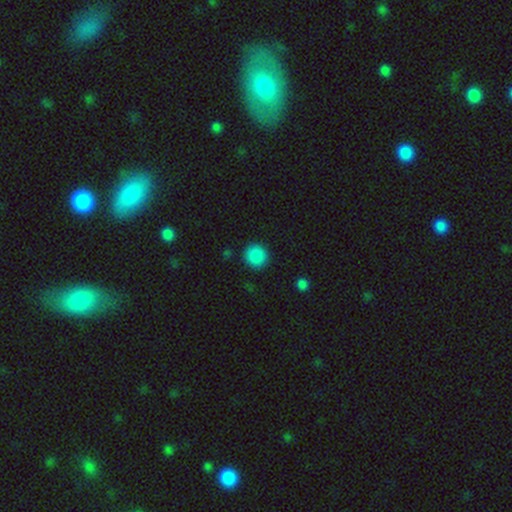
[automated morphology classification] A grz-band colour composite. It shows a smooth galaxy with no disk features (88%) that is round (92%). Merging: none (90%).